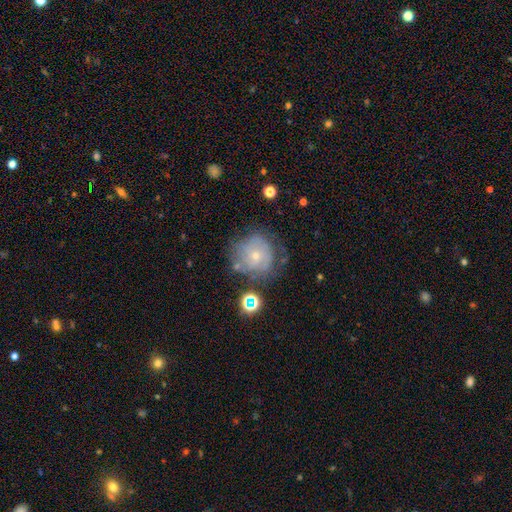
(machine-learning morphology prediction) This appears to be a featured or disk galaxy (51%). Merging: none (55%).